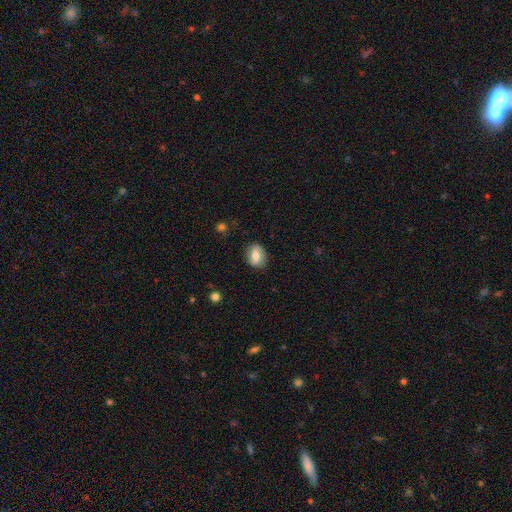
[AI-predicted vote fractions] Smooth or featured: smooth — 63% (featured or disk — 29%)
How rounded: in between — 63% (round — 35%)
Merging: none — 82% (minor disturbance — 13%)